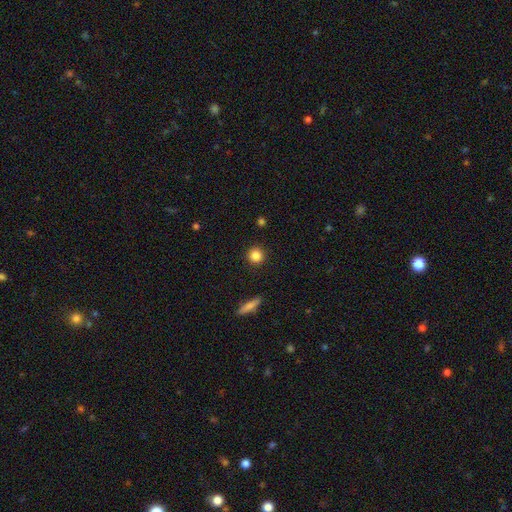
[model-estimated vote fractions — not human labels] Smooth or featured?
  - smooth: 85% *
  - star or artifact: 10%
  - featured or disk: 5%
How rounded?
  - round: 92% *
  - in between: 6%
  - cigar-shaped: 1%
Merging?
  - none: 91% *
  - minor disturbance: 6%
  - major disturbance: 2%
  - merger: 1%